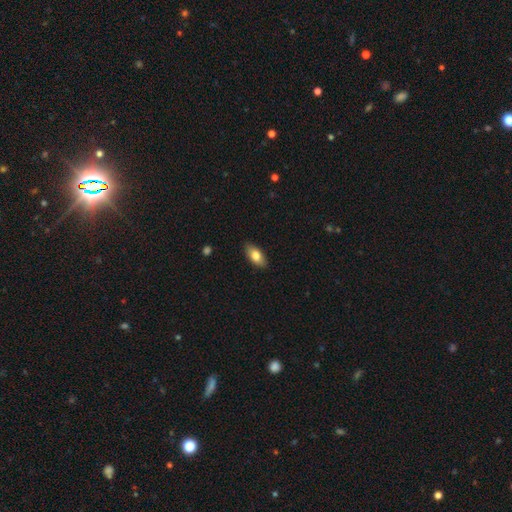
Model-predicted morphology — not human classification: This is clearly a smooth galaxy (80%). How rounded: clearly in between (90%). Merging: clearly none (87%).